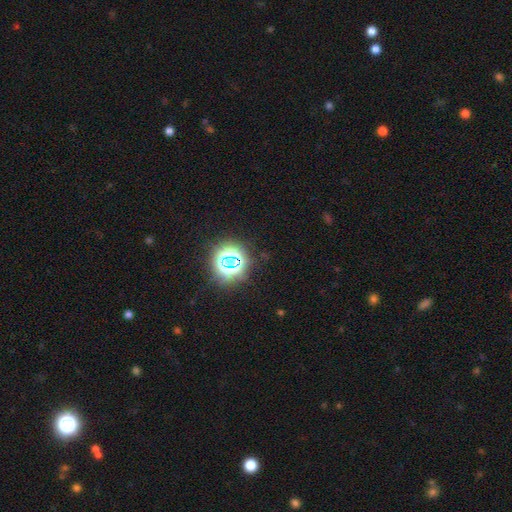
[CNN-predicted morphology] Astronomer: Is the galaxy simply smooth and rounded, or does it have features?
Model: star or artifact — 77%.